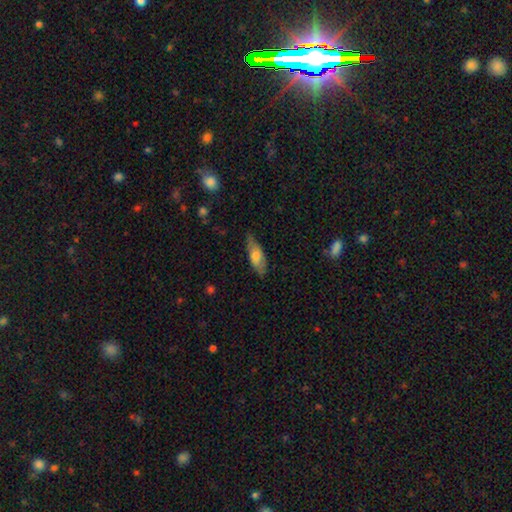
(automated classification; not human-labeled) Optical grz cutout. It shows a smooth galaxy with no disk features (67%) that is in between round and cigar-shaped (68%). Merging: none (72%).